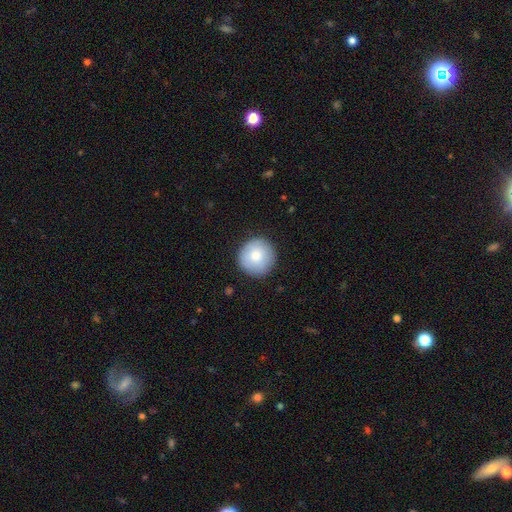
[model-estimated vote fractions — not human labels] Overall: smooth (79%). How rounded: round (96%). Merging: none (89%).